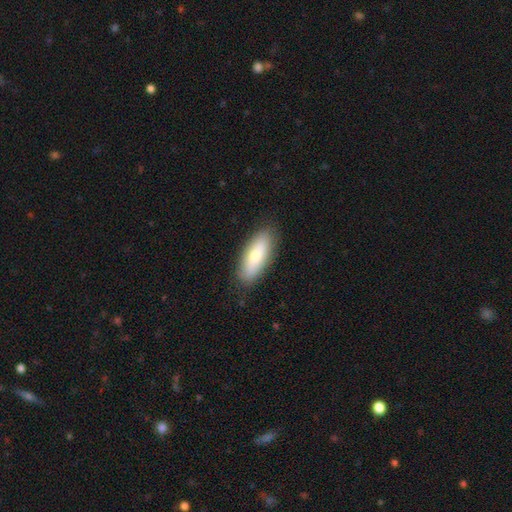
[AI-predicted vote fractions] Morphology: type=smooth (72%); roundness=in between (74%); merging=none (86%).